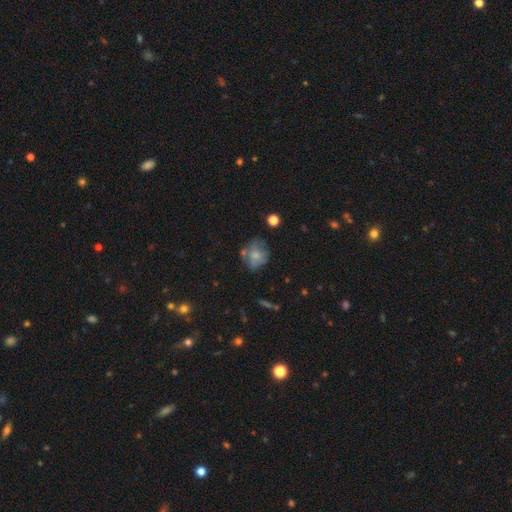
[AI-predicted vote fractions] Overall: smooth (62%; featured or disk 28%). How rounded: round (65%; in between 34%). Merging: none (51%; minor disturbance 26%).